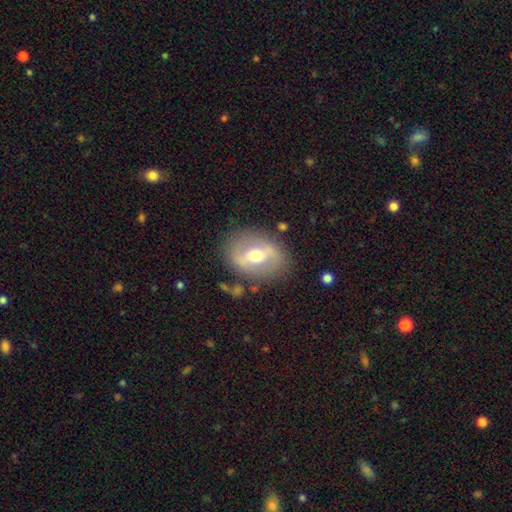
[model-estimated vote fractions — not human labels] A featured or disk galaxy (63%) with a strong bar (48%), no spiral arms (68%) and a moderate central bulge (71%). Merging: none (79%).